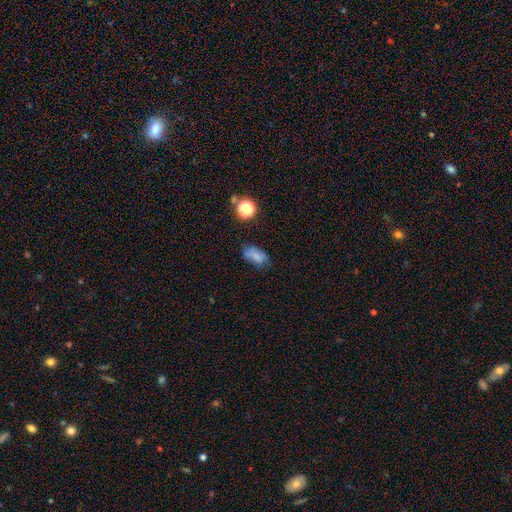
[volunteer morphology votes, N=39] Smooth or featured: smooth — 77% (featured or disk — 21%)
How rounded: in between — 80% (round — 20%)
Merging: none — 71% (minor disturbance — 11%)